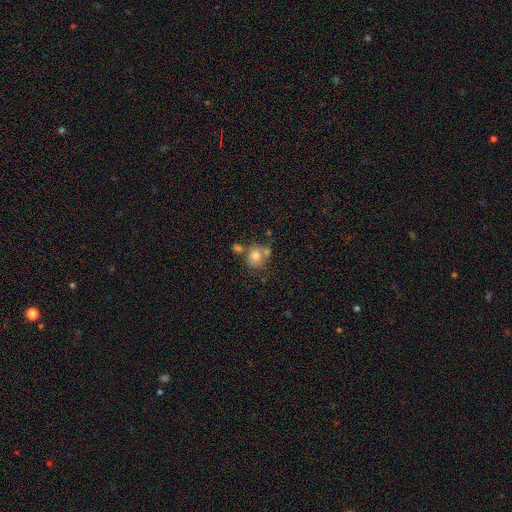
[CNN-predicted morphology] smooth_or_featured: smooth (p=0.74) [alt: featured or disk p=0.16]
how_rounded: round (p=0.77) [alt: in between p=0.22]
merging: none (p=0.52) [alt: merger p=0.28]